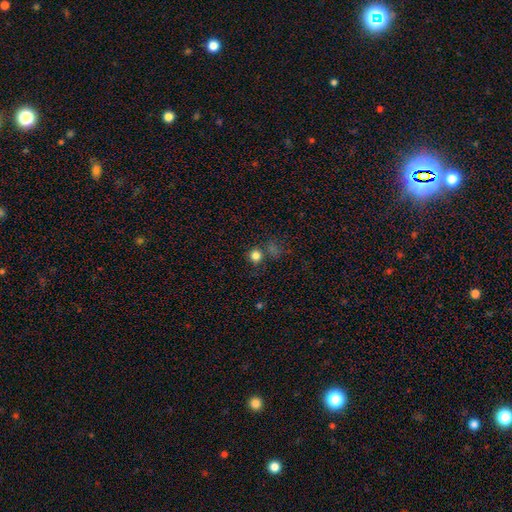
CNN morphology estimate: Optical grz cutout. It shows a smooth galaxy with no disk features (78%) that is round (91%). Merging: none (74%).